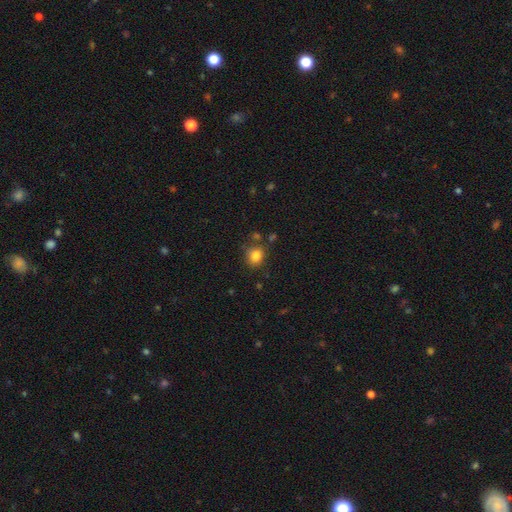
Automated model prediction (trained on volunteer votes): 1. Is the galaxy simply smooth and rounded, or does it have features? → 83% smooth, 12% star or artifact, 6% featured or disk.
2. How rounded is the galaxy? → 75% round, 24% in between, 1% cigar-shaped.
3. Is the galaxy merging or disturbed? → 78% none, 13% minor disturbance, 5% merger, 4% major disturbance.